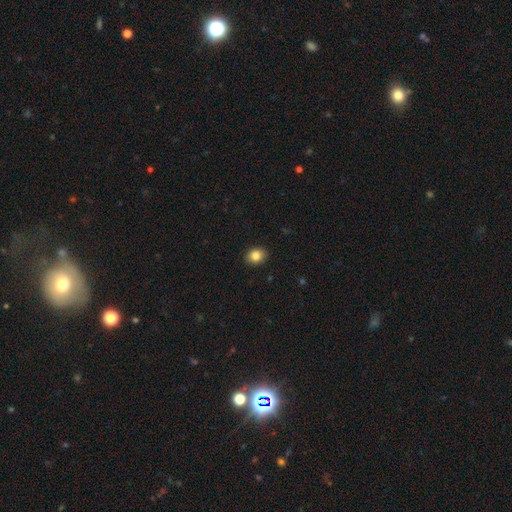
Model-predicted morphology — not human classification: type=smooth (85%); roundness=round (54%); merging=none (91%).